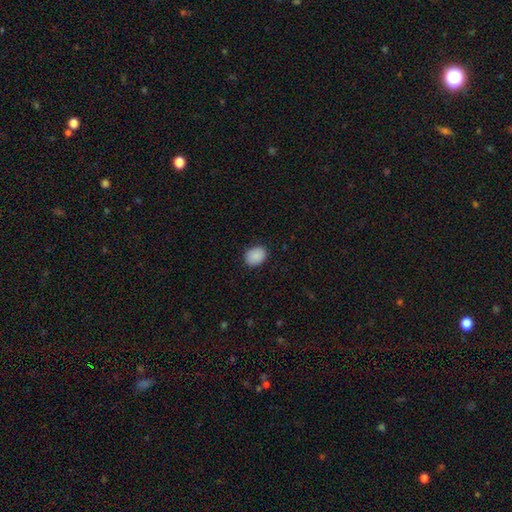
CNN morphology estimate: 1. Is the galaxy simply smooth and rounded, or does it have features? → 89% smooth, 8% star or artifact, 3% featured or disk.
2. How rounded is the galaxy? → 58% in between, 42% round, 1% cigar-shaped.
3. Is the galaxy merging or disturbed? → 88% none, 9% minor disturbance, 2% major disturbance, 1% merger.